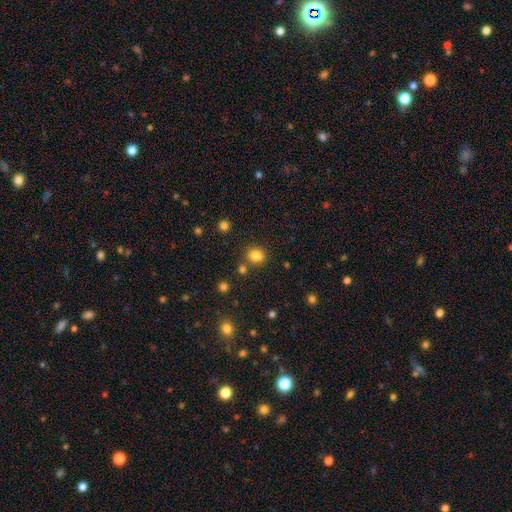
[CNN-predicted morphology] A smooth galaxy with no disk features (81%) that is round (72%). Merging: none (75%).